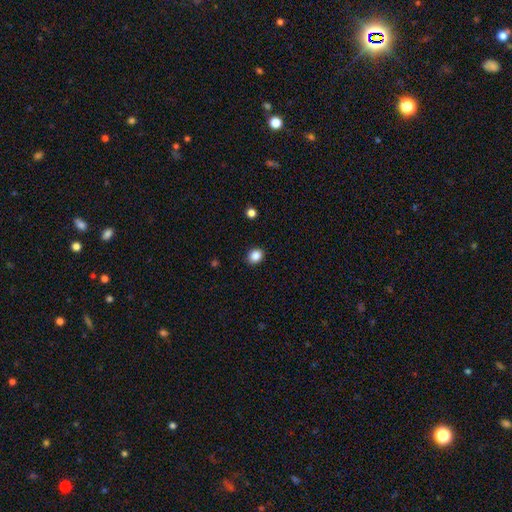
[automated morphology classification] Smooth or featured? smooth (85%)
How rounded? round (57%)
Merging? none (90%)